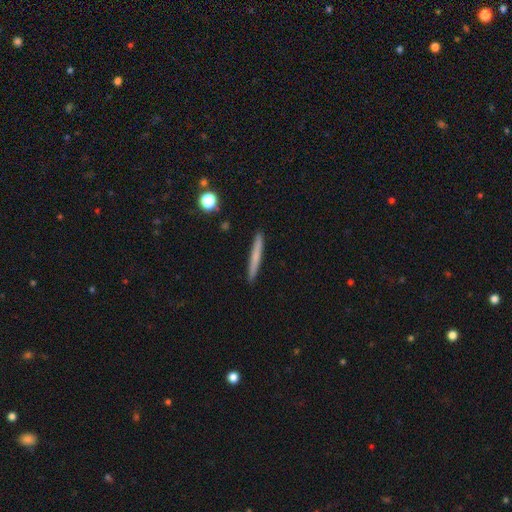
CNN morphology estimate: smooth-or-featured: smooth: 65% | featured or disk: 28% | star or artifact: 7%
  how-rounded: cigar-shaped: 96% | in between: 2% | round: 1%
  merging: none: 91% | minor disturbance: 6% | major disturbance: 1% | merger: 1%